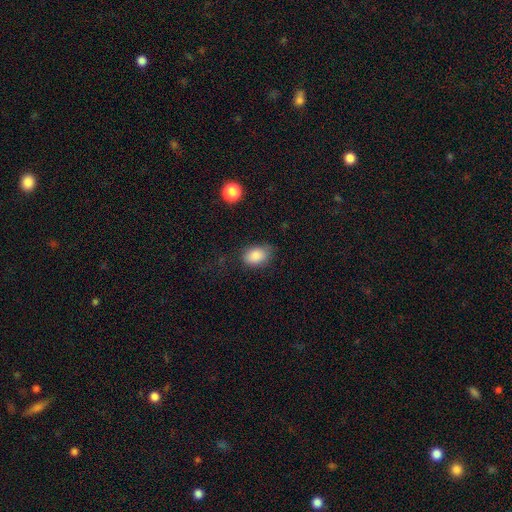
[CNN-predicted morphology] A smooth galaxy with no disk features (87%) that is in between round and cigar-shaped (84%).

Vote fractions:
- Smooth or featured? smooth: 87% / star or artifact: 8% / featured or disk: 5%
- How rounded? in between: 84% / round: 15% / cigar-shaped: 1%
- Merging? none: 72% / minor disturbance: 20% / major disturbance: 7% / merger: 2%